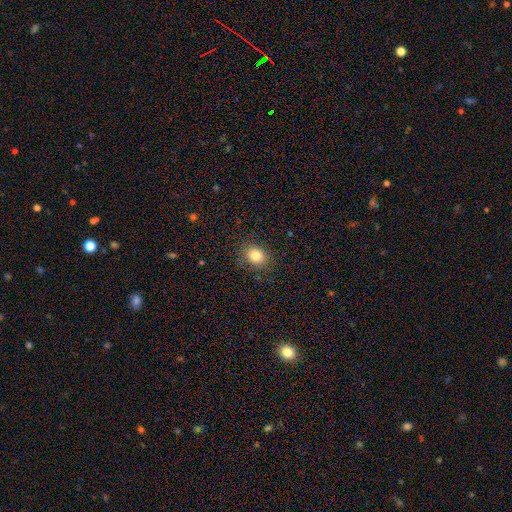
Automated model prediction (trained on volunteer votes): A smooth galaxy with no disk features (82%) that is round (56%).

Vote fractions:
- Smooth or featured? smooth: 82% / star or artifact: 11% / featured or disk: 7%
- How rounded? round: 56% / in between: 43% / cigar-shaped: 1%
- Merging? none: 85% / minor disturbance: 11% / major disturbance: 3% / merger: 1%